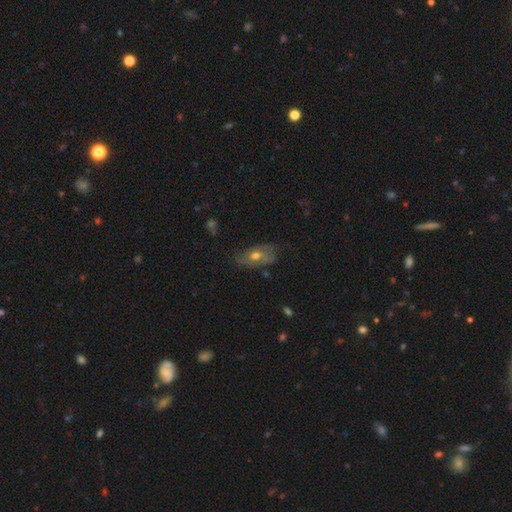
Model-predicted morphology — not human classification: A featured or disk galaxy (50%). Merging: none (61%).